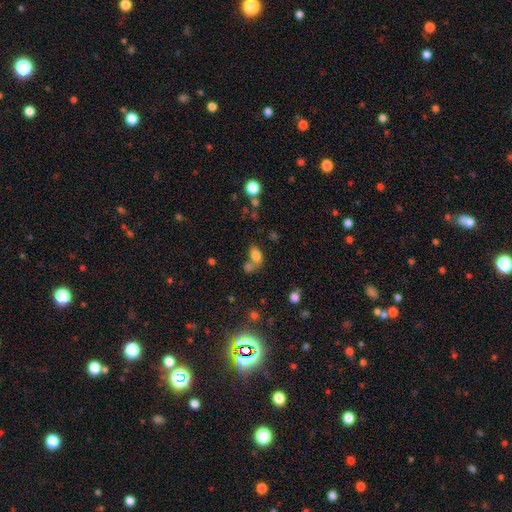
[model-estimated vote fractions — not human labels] smooth_or_featured: smooth (p=0.78) [alt: star or artifact p=0.13]
how_rounded: in between (p=0.84) [alt: round p=0.14]
merging: none (p=0.43) [alt: merger p=0.38]